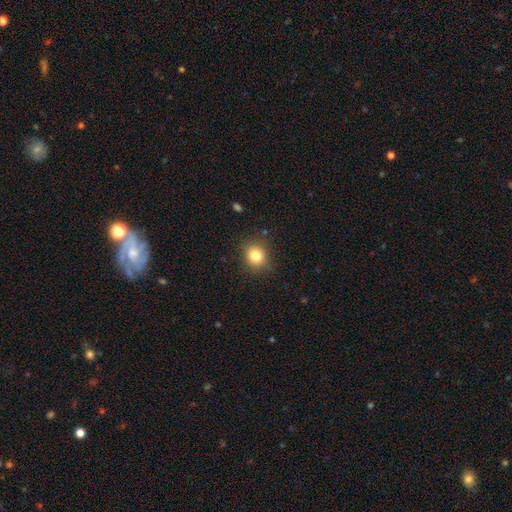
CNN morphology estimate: smooth_or_featured: smooth (p=0.81) [alt: star or artifact p=0.12]
how_rounded: round (p=0.80) [alt: in between p=0.19]
merging: none (p=0.85) [alt: minor disturbance p=0.11]